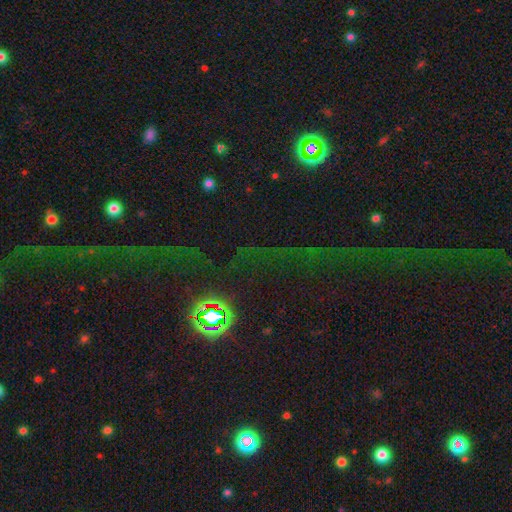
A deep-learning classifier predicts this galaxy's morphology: type=star or artifact (73%).